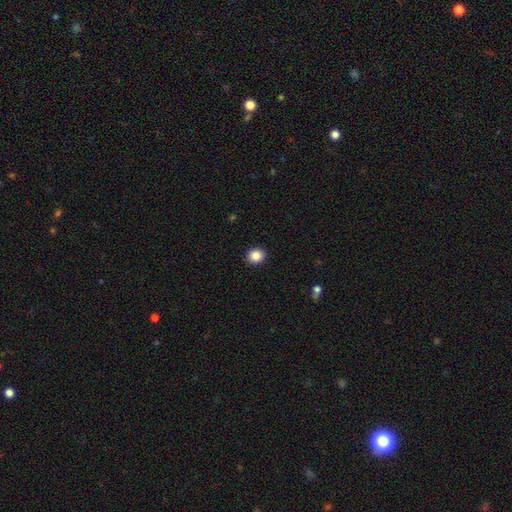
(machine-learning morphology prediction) This is clearly a smooth galaxy (86%). How rounded: likely round (75%). Merging: clearly none (92%).